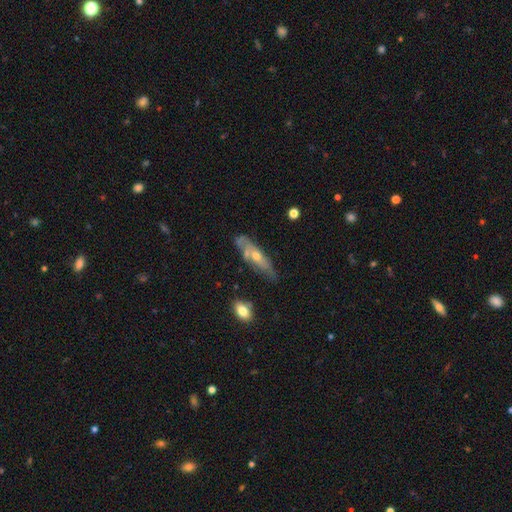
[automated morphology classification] This appears to be a featured or disk galaxy (60%). Merging: none (57%).